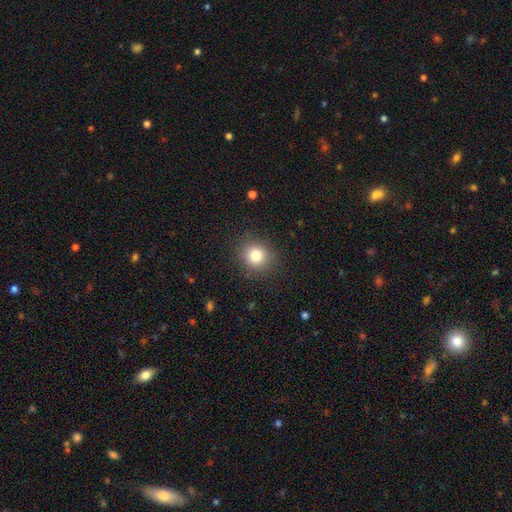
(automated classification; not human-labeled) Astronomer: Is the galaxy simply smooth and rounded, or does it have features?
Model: smooth — 81%.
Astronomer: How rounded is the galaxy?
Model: round — 87%.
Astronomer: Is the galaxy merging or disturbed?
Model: none — 88%.